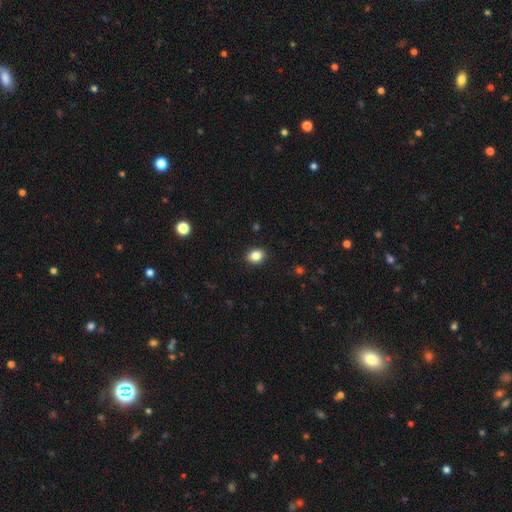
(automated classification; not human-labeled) Smooth or featured? Predicted: smooth (p=0.84). How rounded? Predicted: round (p=0.56). Merging? Predicted: none (p=0.90).